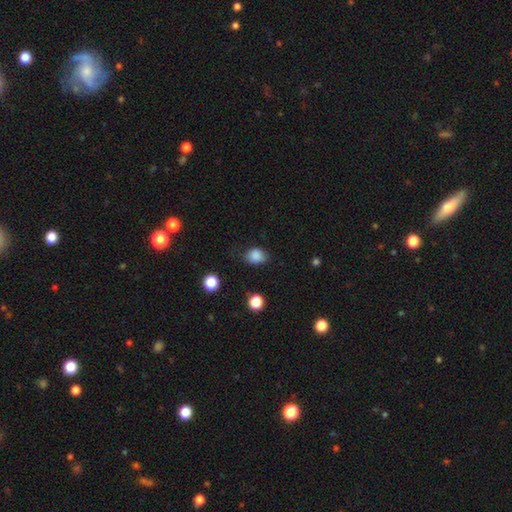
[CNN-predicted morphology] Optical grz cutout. It shows a smooth galaxy with no disk features (86%) that is in between round and cigar-shaped (58%). Merging: none (71%).